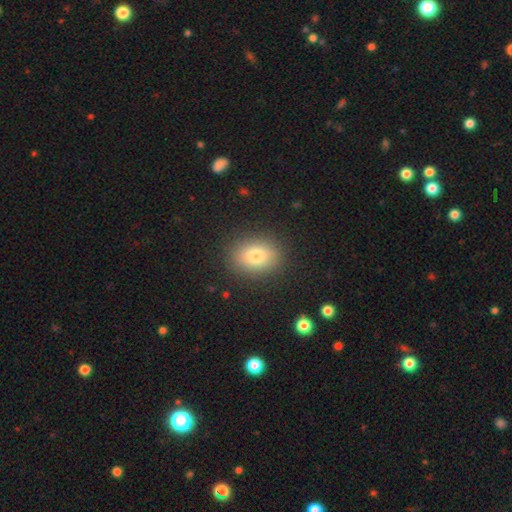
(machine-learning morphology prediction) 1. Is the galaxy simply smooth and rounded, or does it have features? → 78% smooth, 11% featured or disk, 11% star or artifact.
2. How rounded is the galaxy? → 59% in between, 40% round, 1% cigar-shaped.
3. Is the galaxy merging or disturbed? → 87% none, 9% minor disturbance, 3% major disturbance, 1% merger.